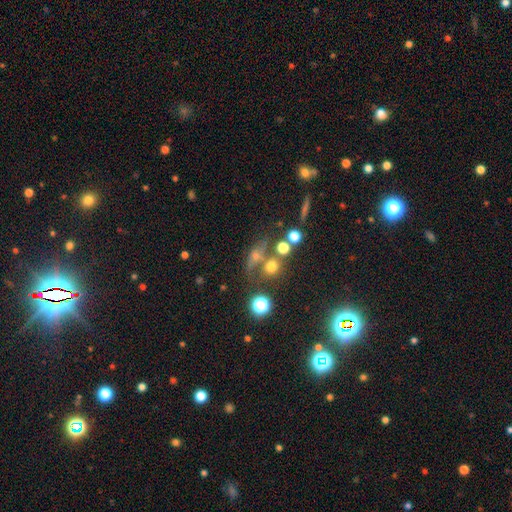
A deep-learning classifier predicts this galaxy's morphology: smooth 50%, featured or disk 25%, star or artifact 25%. Down the decision tree: merging — none (44%).